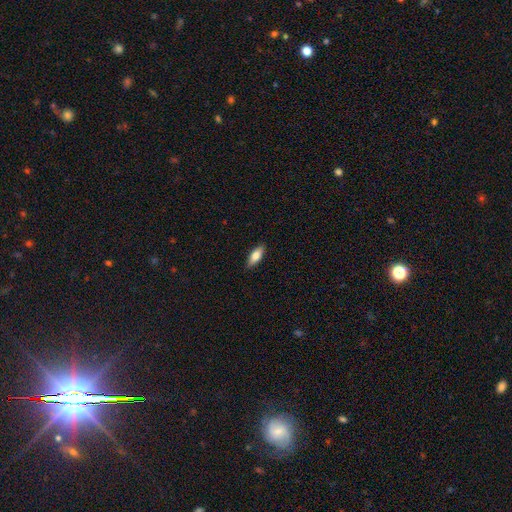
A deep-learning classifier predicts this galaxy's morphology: This appears to be a smooth galaxy with no disk features (76%) that is in between round and cigar-shaped (71%). Merging: none (88%).